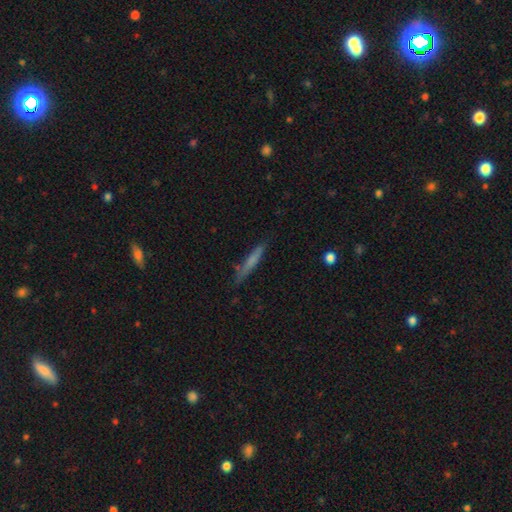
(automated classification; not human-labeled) Morphology: type=smooth (57%); roundness=cigar-shaped (94%); merging=none (82%).